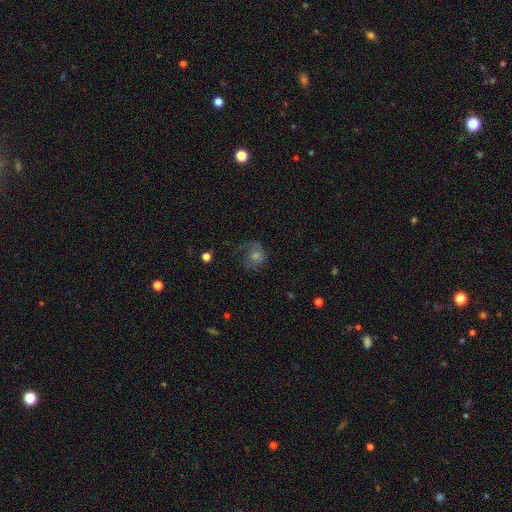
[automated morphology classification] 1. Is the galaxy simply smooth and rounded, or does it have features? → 46% featured or disk, 37% smooth, 16% star or artifact.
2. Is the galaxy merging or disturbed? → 56% none, 21% minor disturbance, 21% major disturbance, 2% merger.